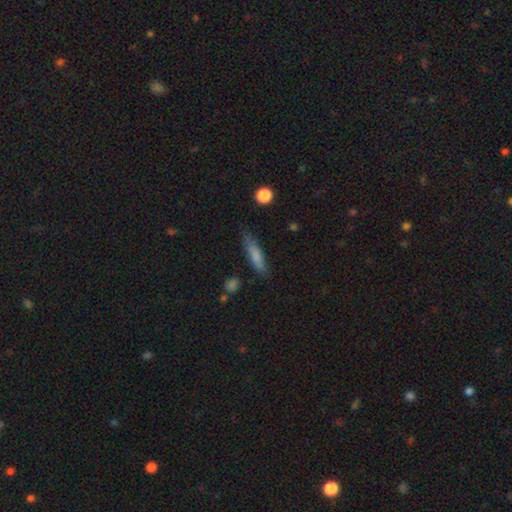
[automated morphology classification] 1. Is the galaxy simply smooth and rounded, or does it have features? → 76% smooth, 17% featured or disk, 7% star or artifact.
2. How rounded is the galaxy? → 77% cigar-shaped, 21% in between, 2% round.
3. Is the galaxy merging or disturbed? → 72% none, 21% minor disturbance, 5% major disturbance, 2% merger.